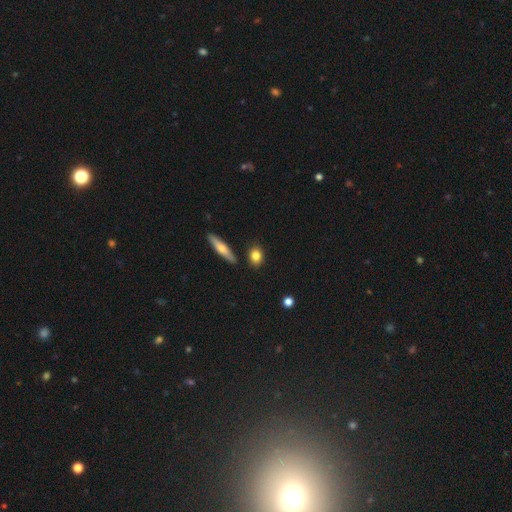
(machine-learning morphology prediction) type=smooth (81%); roundness=in between (51%); merging=none (83%).